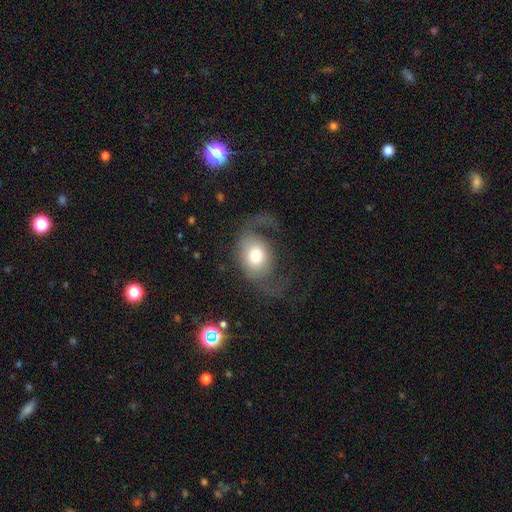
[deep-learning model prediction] This is possibly a smooth galaxy (51%). How rounded: possibly round (51%). Merging: possibly major disturbance (46%).